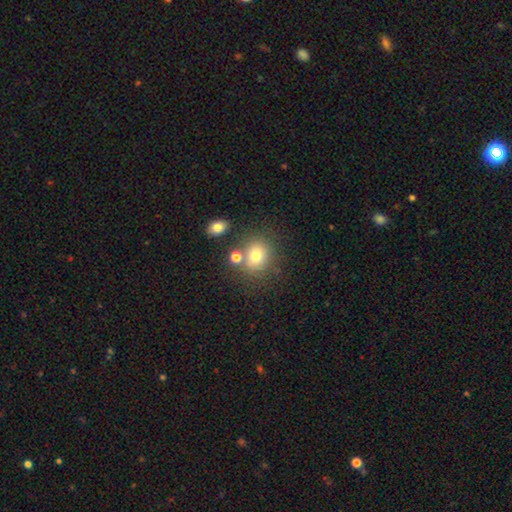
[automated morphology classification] smooth_or_featured: smooth (p=0.75) [alt: star or artifact p=0.13]
how_rounded: round (p=0.68) [alt: in between p=0.31]
merging: none (p=0.67) [alt: merger p=0.17]